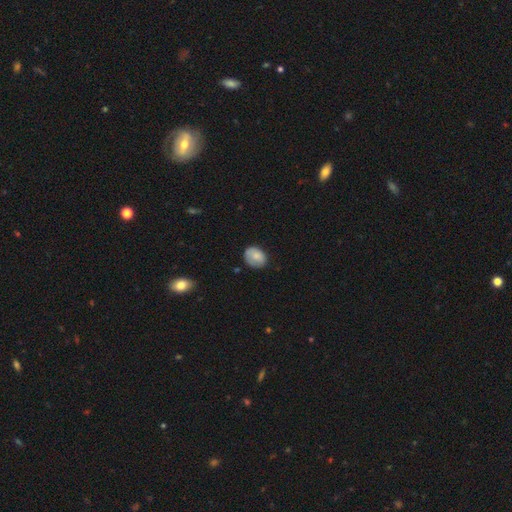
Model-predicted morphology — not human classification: type=smooth (77%); roundness=in between (55%); merging=none (67%).